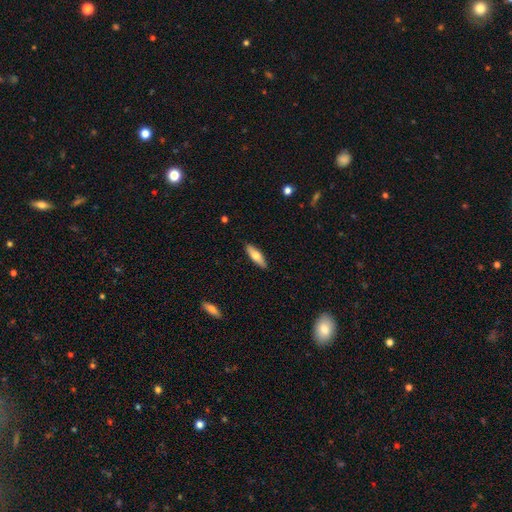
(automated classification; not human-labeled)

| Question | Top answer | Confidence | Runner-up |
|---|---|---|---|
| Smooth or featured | smooth | 67% | featured or disk (27%) |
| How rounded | cigar-shaped | 52% | in between (46%) |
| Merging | none | 88% | minor disturbance (9%) |